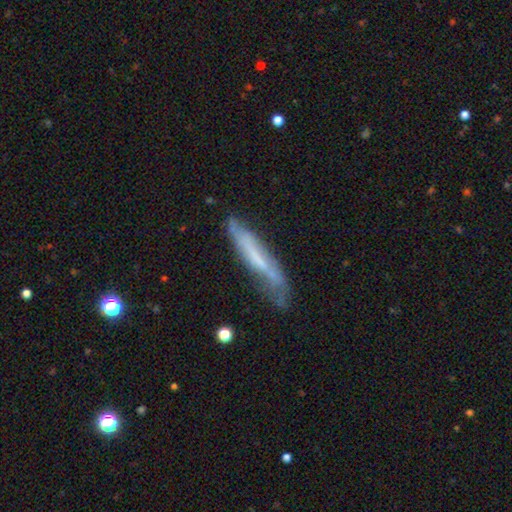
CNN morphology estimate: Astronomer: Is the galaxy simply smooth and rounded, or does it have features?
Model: featured or disk — 53% (runner-up: smooth, 39%).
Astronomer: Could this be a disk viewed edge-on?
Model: yes — 67%.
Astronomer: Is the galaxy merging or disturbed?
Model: none — 59%.